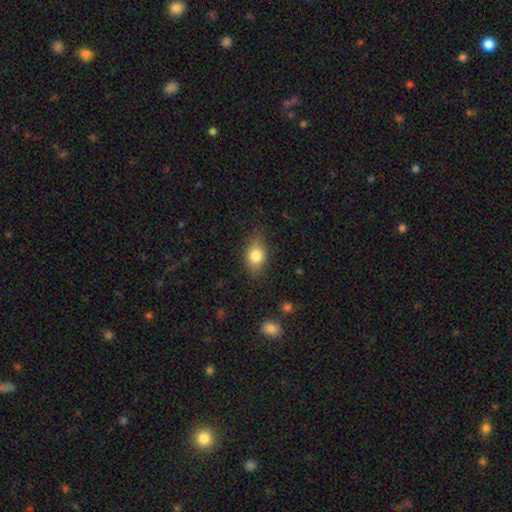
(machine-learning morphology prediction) A smooth galaxy with no disk features (78%) that is in between round and cigar-shaped (73%). Merging: none (73%).